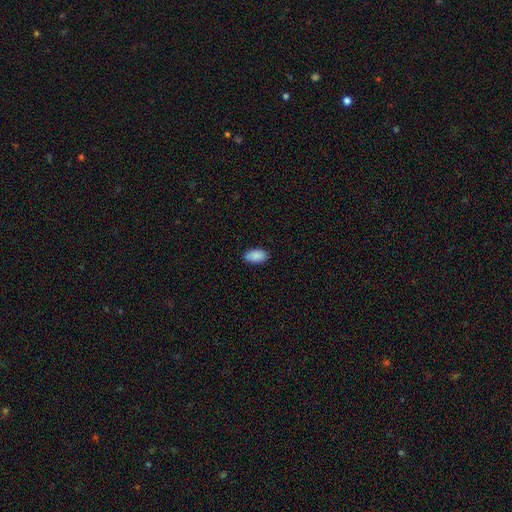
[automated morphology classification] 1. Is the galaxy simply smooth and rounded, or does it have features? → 89% smooth, 7% star or artifact, 4% featured or disk.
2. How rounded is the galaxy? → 95% in between, 3% round, 2% cigar-shaped.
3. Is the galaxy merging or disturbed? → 89% none, 9% minor disturbance, 2% major disturbance, 1% merger.